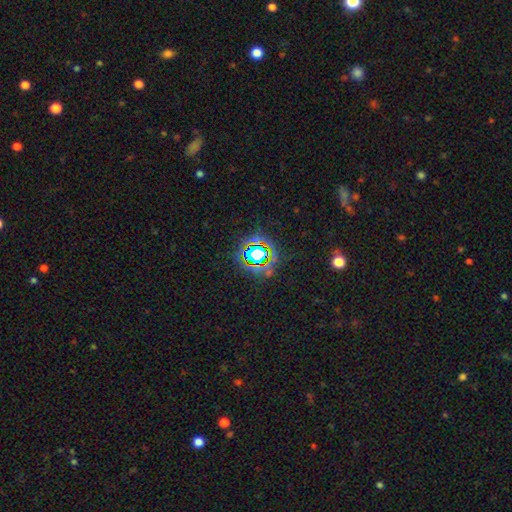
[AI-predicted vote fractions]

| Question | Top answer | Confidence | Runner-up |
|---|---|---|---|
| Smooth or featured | star or artifact | 68% | smooth (19%) |